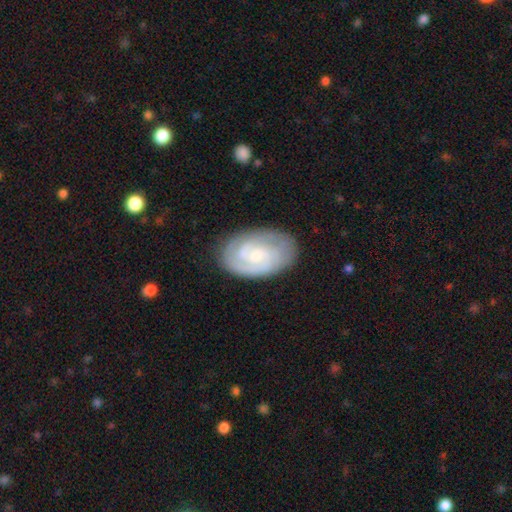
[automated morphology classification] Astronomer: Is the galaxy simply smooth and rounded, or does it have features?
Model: featured or disk — 80%.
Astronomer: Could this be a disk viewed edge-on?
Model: no — 97%.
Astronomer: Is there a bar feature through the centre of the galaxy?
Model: no — 56% (runner-up: weak, 38%).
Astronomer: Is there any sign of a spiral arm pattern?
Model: yes — 95%.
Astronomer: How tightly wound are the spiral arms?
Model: tight — 64%.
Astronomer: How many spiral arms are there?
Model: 2 — 49%.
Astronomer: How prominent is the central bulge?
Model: small — 53% (runner-up: moderate, 36%).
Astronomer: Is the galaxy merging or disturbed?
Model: none — 80%.